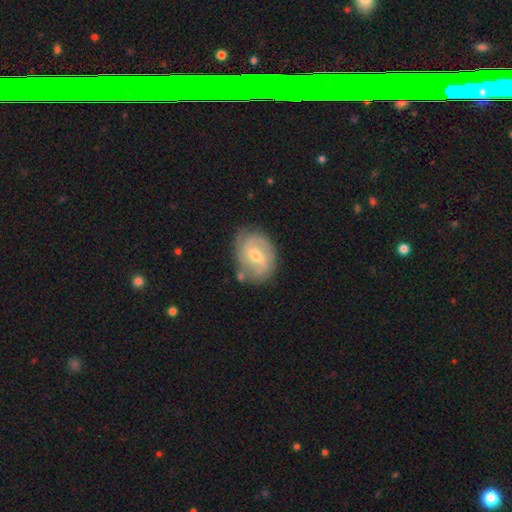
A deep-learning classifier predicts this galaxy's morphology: Smooth or featured: featured or disk — 75% (smooth — 19%)
Edge-on disk: no — 97% (yes — 3%)
Bar: weak — 56% (no — 30%)
Spiral arms: yes — 91% (no — 9%)
Spiral winding: tight — 42% (medium — 41%)
Spiral arm count: 2 — 49% (can't tell — 20%)
Bulge size: moderate — 60% (small — 36%)
Merging: none — 73% (minor disturbance — 18%)